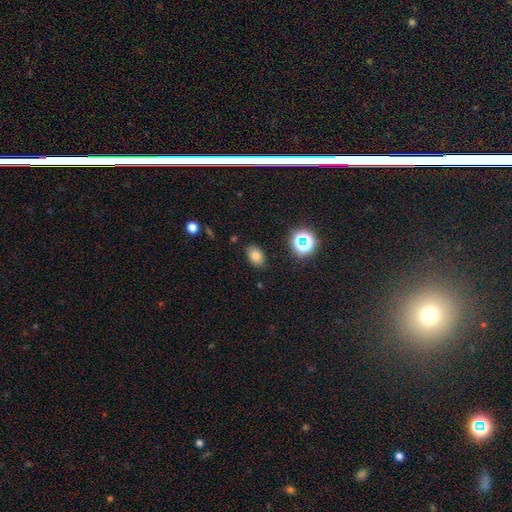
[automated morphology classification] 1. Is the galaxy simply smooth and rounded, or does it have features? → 78% smooth, 15% star or artifact, 7% featured or disk.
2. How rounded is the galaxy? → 83% in between, 15% round, 1% cigar-shaped.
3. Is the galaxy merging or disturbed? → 85% none, 10% minor disturbance, 3% major disturbance, 2% merger.